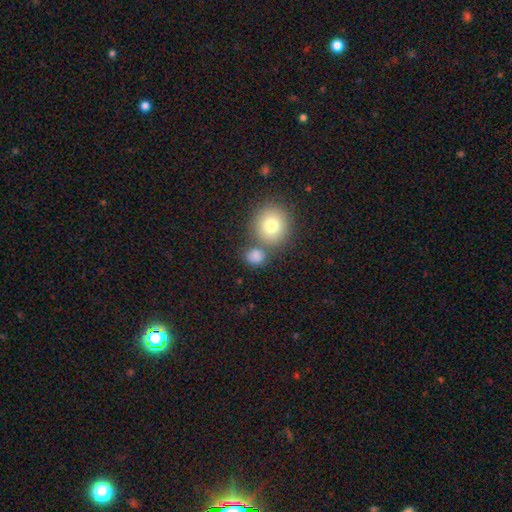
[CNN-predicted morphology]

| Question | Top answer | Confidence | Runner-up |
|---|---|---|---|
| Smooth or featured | smooth | 82% | star or artifact (11%) |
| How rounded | round | 75% | in between (23%) |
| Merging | none | 64% | merger (21%) |